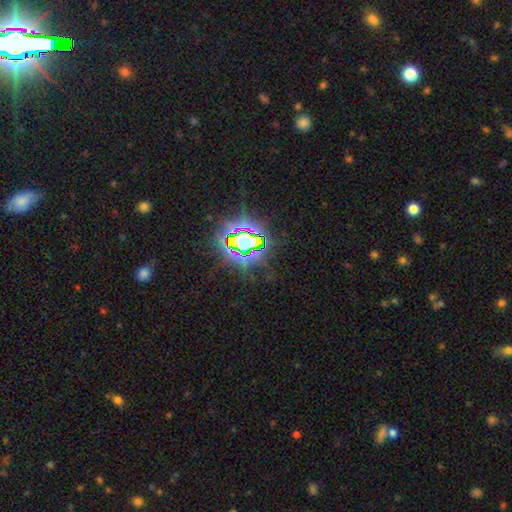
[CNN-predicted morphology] This is clearly a star or artifact rather than a galaxy (82%).